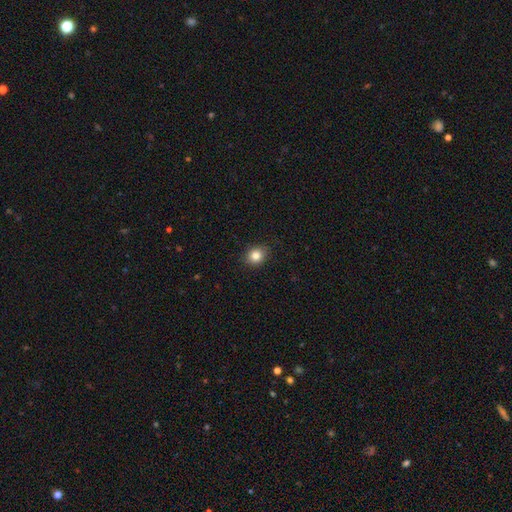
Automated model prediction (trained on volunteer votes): Morphology: type=smooth (83%); roundness=round (72%); merging=none (89%).